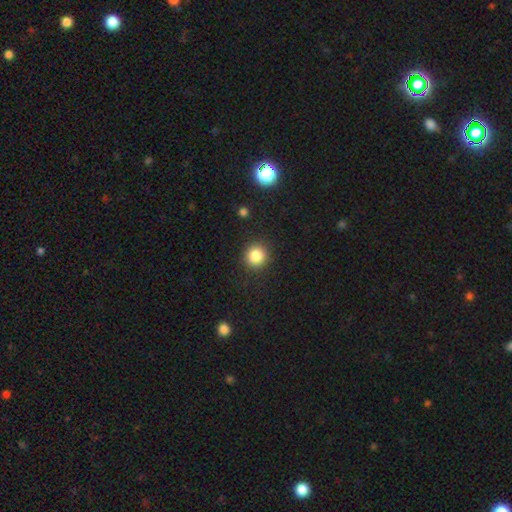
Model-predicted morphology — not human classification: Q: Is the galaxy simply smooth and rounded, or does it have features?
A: smooth — 84%.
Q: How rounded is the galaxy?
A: round — 93%.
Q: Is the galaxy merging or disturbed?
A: none — 90%.